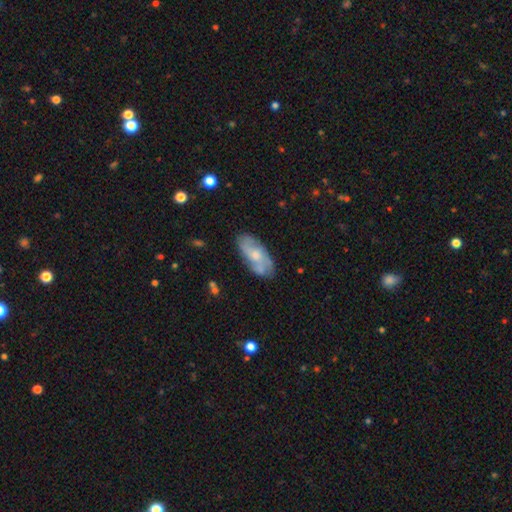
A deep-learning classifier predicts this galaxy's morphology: featured or disk 63%, smooth 31%, star or artifact 6%. Down the decision tree: edge-on disk — no (91%); bar — no (70%); spiral arms — yes (84%); bulge size — moderate (47%); merging — none (72%).